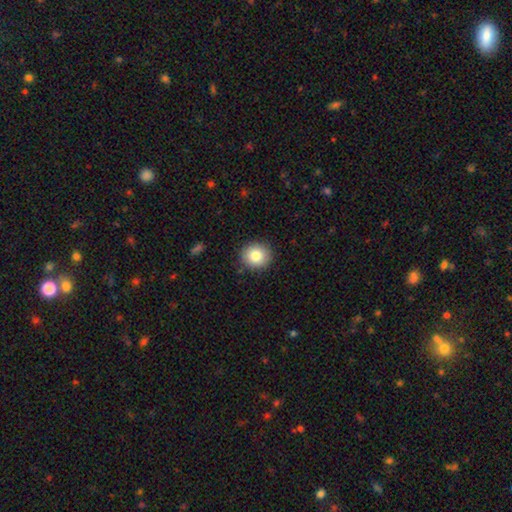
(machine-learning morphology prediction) Smooth or featured? Predicted: smooth (p=0.82). How rounded? Predicted: round (p=0.87). Merging? Predicted: none (p=0.89).